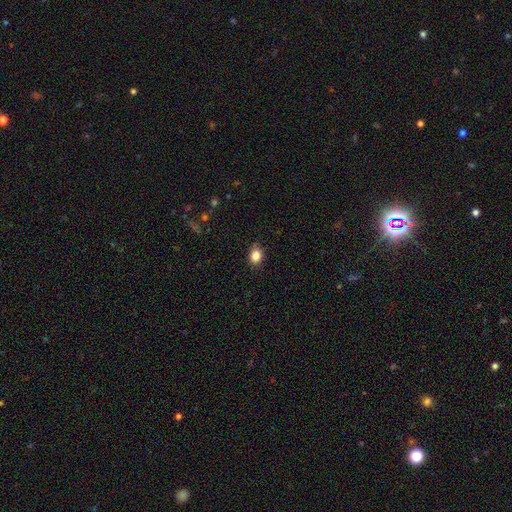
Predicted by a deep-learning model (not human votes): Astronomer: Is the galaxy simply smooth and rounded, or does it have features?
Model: smooth — 85%.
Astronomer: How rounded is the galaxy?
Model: in between — 57% (runner-up: round, 42%).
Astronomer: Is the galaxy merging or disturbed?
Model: none — 85%.